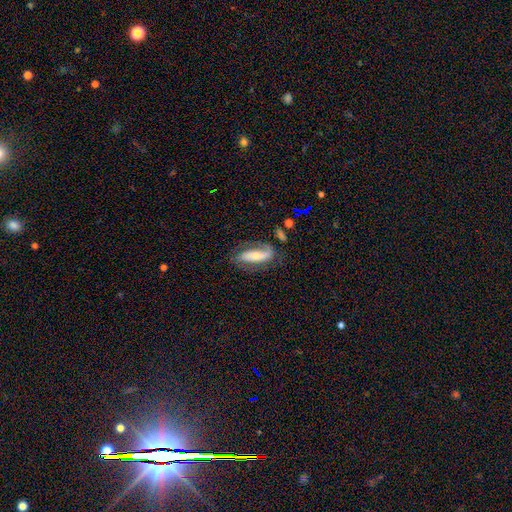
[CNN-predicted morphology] A featured or disk galaxy (63%) with a strong bar (39%, tied with no), spiral arms (79%) and a small central bulge (49%).

Vote fractions:
- Smooth or featured? featured or disk: 63% / smooth: 30% / star or artifact: 7%
- Edge-on disk? no: 82% / yes: 18%
- Bar? strong: 39% (tied) / no: 39% (tied) / weak: 22%
- Spiral arms? yes: 79% / no: 21%
- Bulge size? small: 49% / moderate: 42% / large: 5% / none: 2% / dominant: 2%
- Merging? none: 64% / minor disturbance: 21% / major disturbance: 12% / merger: 3%